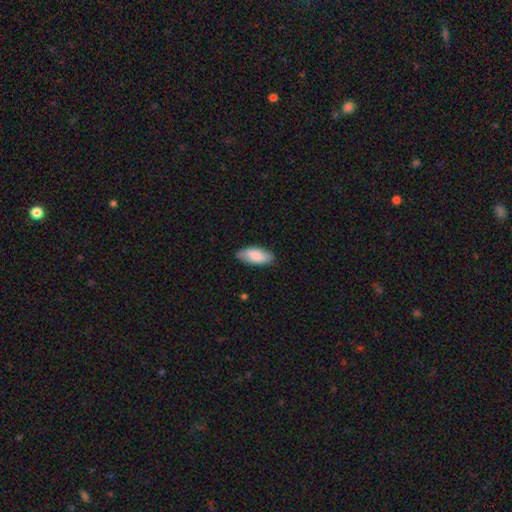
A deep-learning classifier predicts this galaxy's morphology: Smooth or featured? Predicted: smooth (p=0.82). How rounded? Predicted: in between (p=0.89). Merging? Predicted: none (p=0.82).